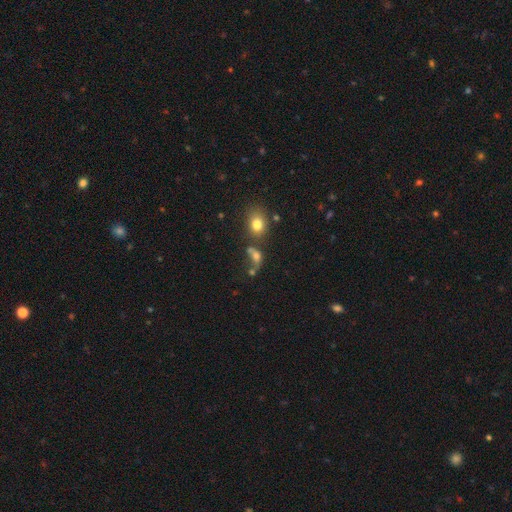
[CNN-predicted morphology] This appears to be a smooth galaxy with no disk features (64%) that is in between round and cigar-shaped (60%). Merging: merger (37%).